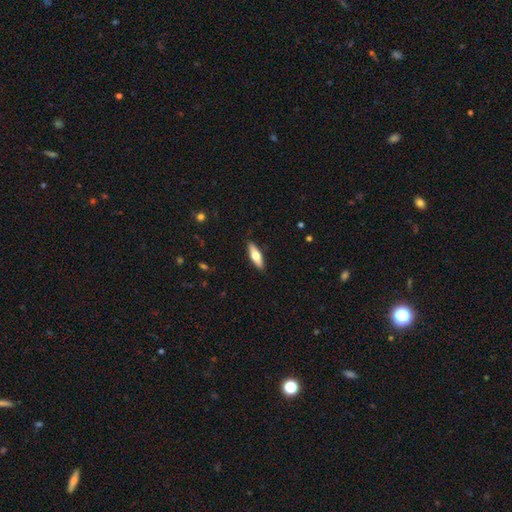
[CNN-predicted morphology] type=smooth (56%); roundness=cigar-shaped (50%); merging=none (90%).